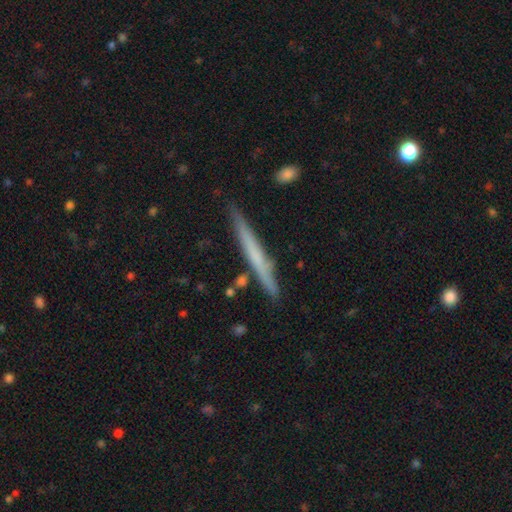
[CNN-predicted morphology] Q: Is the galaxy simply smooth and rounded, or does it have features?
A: featured or disk — 47%, tied with smooth.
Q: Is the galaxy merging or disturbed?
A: none — 86%.